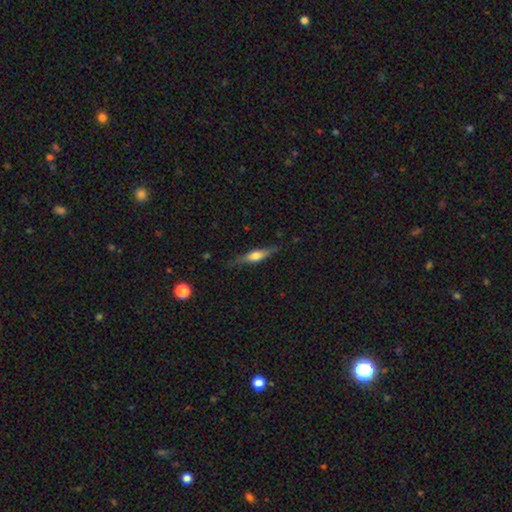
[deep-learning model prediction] Q: Smooth or featured?
A: featured or disk (54%); runner-up: smooth (40%)
Q: Edge-on disk?
A: yes (94%); runner-up: no (6%)
Q: Edge-on bulge?
A: rounded (86%); runner-up: boxy (9%)
Q: Merging?
A: none (81%); runner-up: minor disturbance (15%)